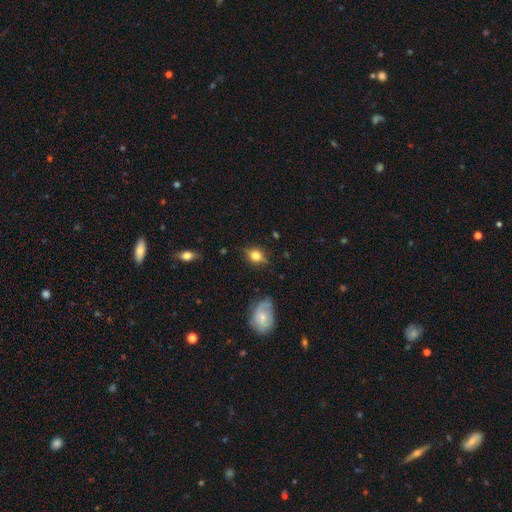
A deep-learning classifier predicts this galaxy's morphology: type=smooth (63%); roundness=in between (57%); merging=none (75%).